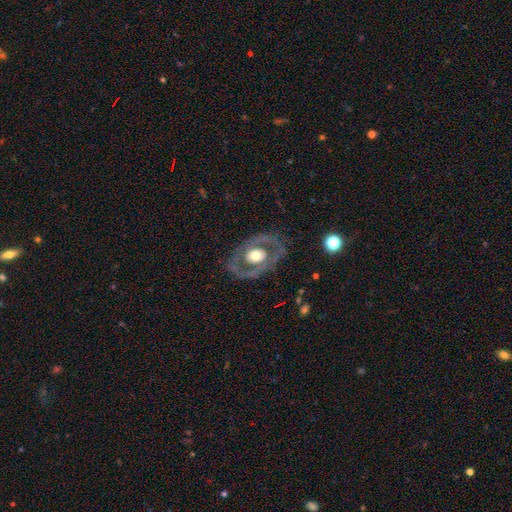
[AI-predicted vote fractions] This is likely a featured or disk galaxy (69%). It is clearly not viewed edge-on (94%). Bar: likely no (80%). Spiral arm pattern: likely no (66%). Central bulge: possibly moderate (57%). Merging: likely none (75%).